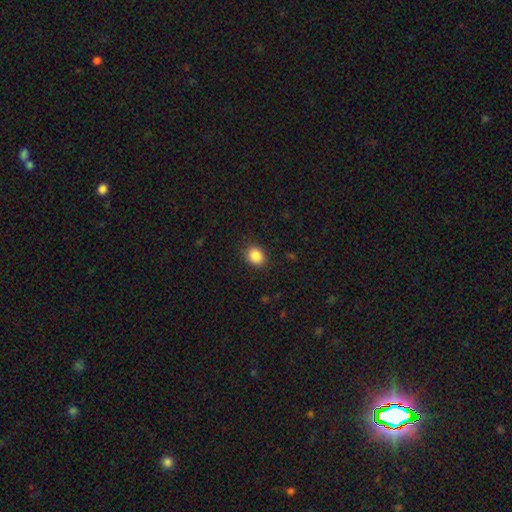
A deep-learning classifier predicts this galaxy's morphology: The model was most divided on "how rounded": round: 61%, in between: 38%, cigar-shaped: 1%. More confident: merging — none (88%); smooth or featured — smooth (86%).